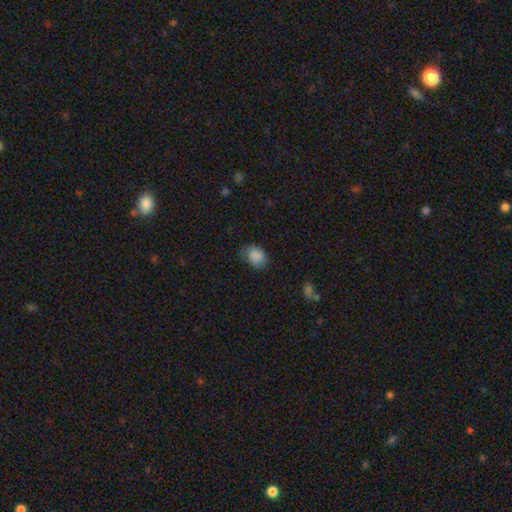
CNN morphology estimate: The model was most divided on "how rounded": in between: 65%, round: 34%, cigar-shaped: 1%. More confident: smooth or featured — smooth (85%); merging — none (64%).